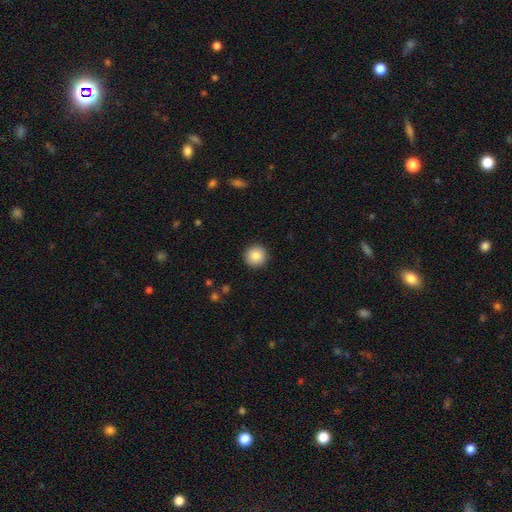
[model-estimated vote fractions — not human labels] Smooth or featured? smooth (86%)
How rounded? round (95%)
Merging? none (92%)